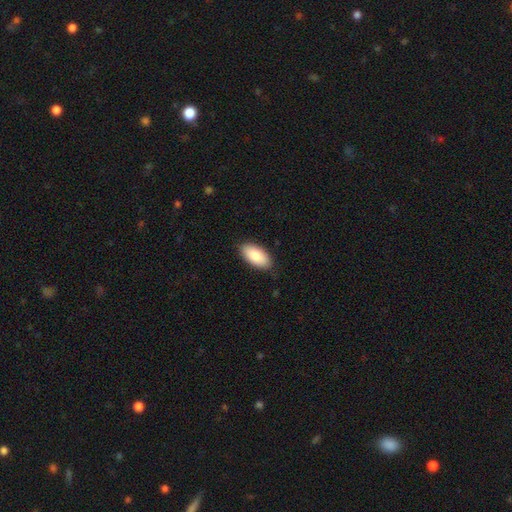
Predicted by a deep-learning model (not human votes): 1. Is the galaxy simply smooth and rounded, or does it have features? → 86% smooth, 8% featured or disk, 6% star or artifact.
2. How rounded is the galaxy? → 94% in between, 4% cigar-shaped, 2% round.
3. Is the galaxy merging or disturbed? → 86% none, 11% minor disturbance, 2% major disturbance, 1% merger.